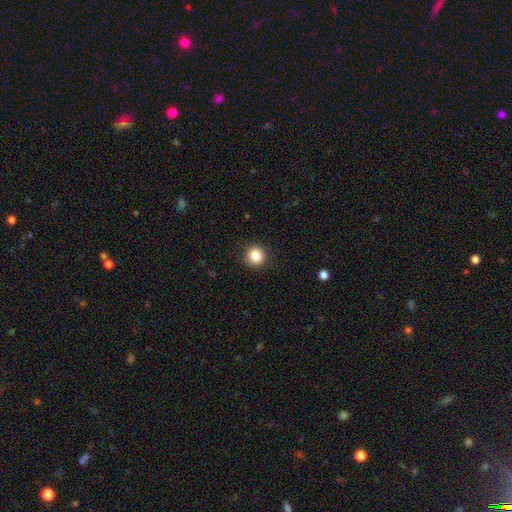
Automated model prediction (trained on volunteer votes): A smooth galaxy with no disk features (84%) that is round (94%).

Vote fractions:
- Smooth or featured? smooth: 84% / star or artifact: 10% / featured or disk: 5%
- How rounded? round: 94% / in between: 5% / cigar-shaped: 1%
- Merging? none: 91% / minor disturbance: 6% / major disturbance: 2% / merger: 1%